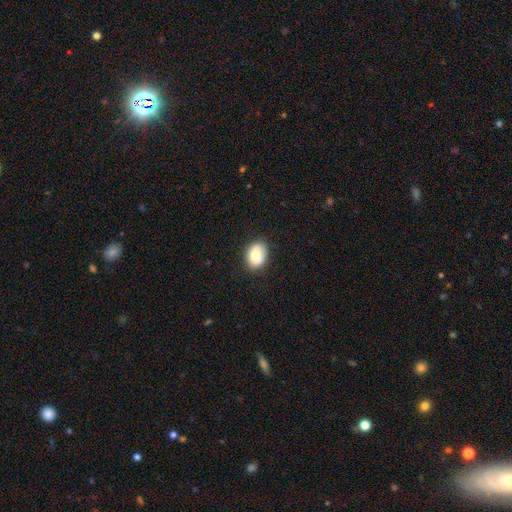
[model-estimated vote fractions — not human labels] smooth 80%, featured or disk 12%, star or artifact 8%. Down the decision tree: how rounded — in between (77%); merging — none (79%).